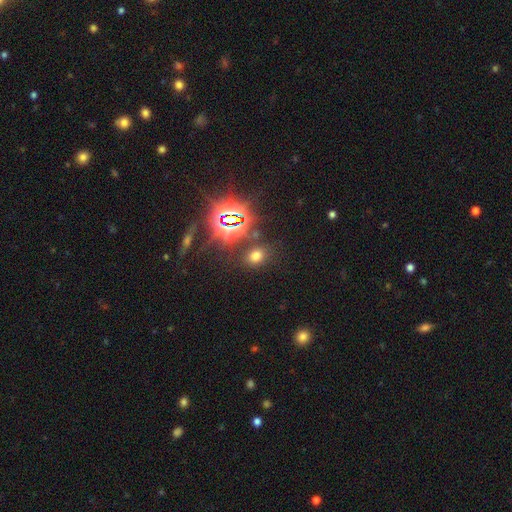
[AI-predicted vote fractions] This is possibly a smooth galaxy (56%). How rounded: possibly round (50%). Merging: clearly none (81%).